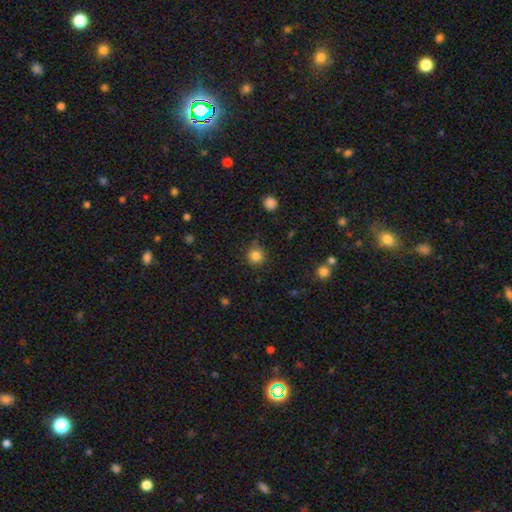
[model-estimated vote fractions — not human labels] smooth-or-featured: smooth: 83% | star or artifact: 12% | featured or disk: 5%
  how-rounded: round: 92% | in between: 7% | cigar-shaped: 1%
  merging: none: 81% | minor disturbance: 14% | major disturbance: 3% | merger: 2%